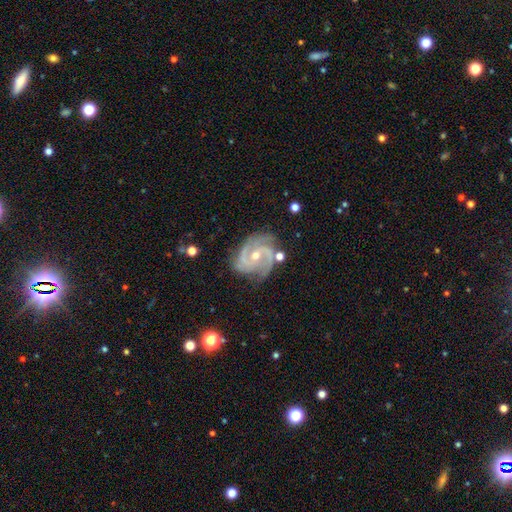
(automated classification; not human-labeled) Smooth or featured? Predicted: featured or disk (p=0.90). Edge-on disk? Predicted: no (p=0.97). Bar? Predicted: no (p=0.53). Spiral arms? Predicted: yes (p=0.98). Spiral winding? Predicted: tight (p=0.49). Spiral arm count? Predicted: 3 (p=0.40). Bulge size? Predicted: small (p=0.49). Merging? Predicted: none (p=0.69).